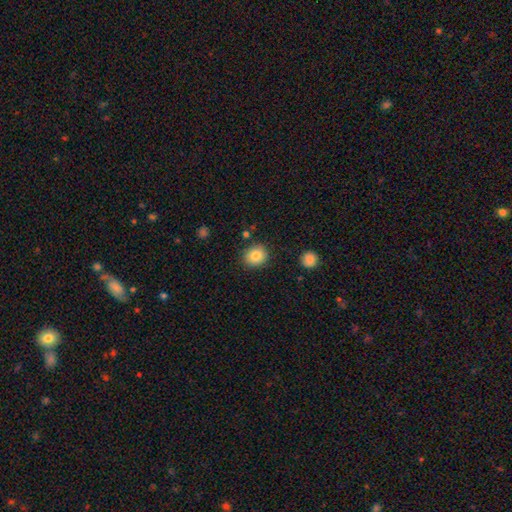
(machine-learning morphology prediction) smooth 84%, star or artifact 9%, featured or disk 6%. Down the decision tree: how rounded — round (79%); merging — none (86%).